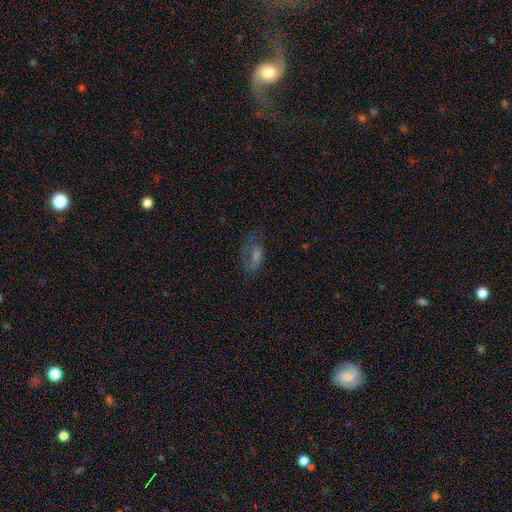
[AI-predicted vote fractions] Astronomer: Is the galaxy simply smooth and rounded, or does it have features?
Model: featured or disk — 44% (runner-up: smooth, 36%).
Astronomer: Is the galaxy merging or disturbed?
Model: none — 52%.